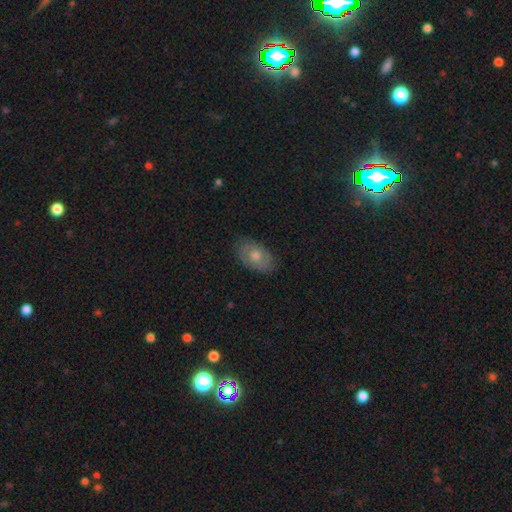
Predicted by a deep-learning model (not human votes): This appears to be a smooth galaxy with no disk features (51%) that is in between round and cigar-shaped (88%). Merging: none (84%).